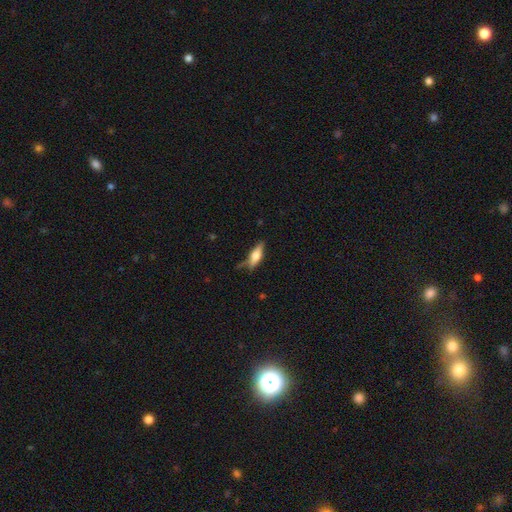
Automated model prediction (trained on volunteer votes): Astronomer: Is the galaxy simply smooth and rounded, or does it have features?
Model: smooth — 51% (runner-up: featured or disk, 43%).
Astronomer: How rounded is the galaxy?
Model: cigar-shaped — 52% (runner-up: in between, 45%).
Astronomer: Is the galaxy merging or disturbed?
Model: none — 67%.